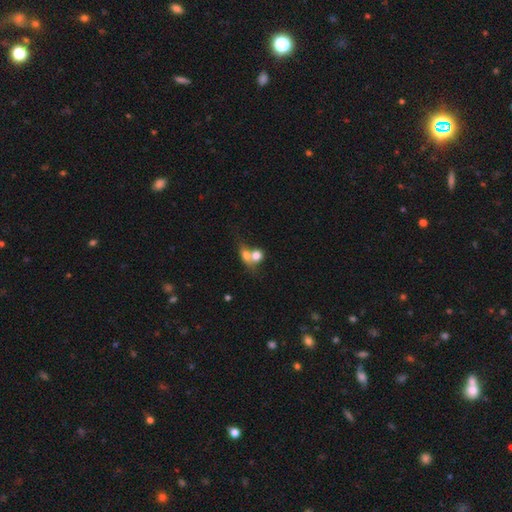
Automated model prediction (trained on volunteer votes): Overall: smooth (72%). How rounded: round (59%; in between 37%). Merging: merger (62%; none 24%).